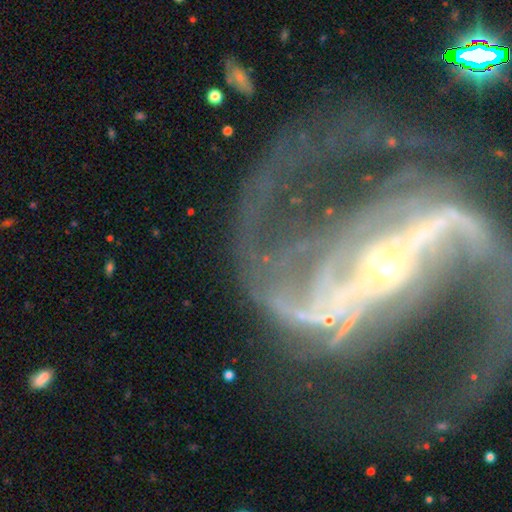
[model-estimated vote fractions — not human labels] A featured or disk galaxy (86%) with a strong bar (57%), 2 (50%) loose (43%) spiral arms (87%) and a small central bulge (59%).

Vote fractions:
- Smooth or featured? featured or disk: 86% / star or artifact: 9% / smooth: 5%
- Edge-on disk? no: 94% / yes: 6%
- Bar? strong: 57% / weak: 22% / no: 21%
- Spiral arms? yes: 87% / no: 13%
- Spiral winding? loose: 43% / medium: 36% / tight: 22%
- Spiral arm count? 2: 50% / can't tell: 16% / 3: 11% / 1: 10% / 4: 6% / more than 4: 6%
- Bulge size? small: 59% / moderate: 33% / large: 4% / none: 2% / dominant: 2%
- Merging? major disturbance: 46% / none: 32% / minor disturbance: 13% / merger: 9%